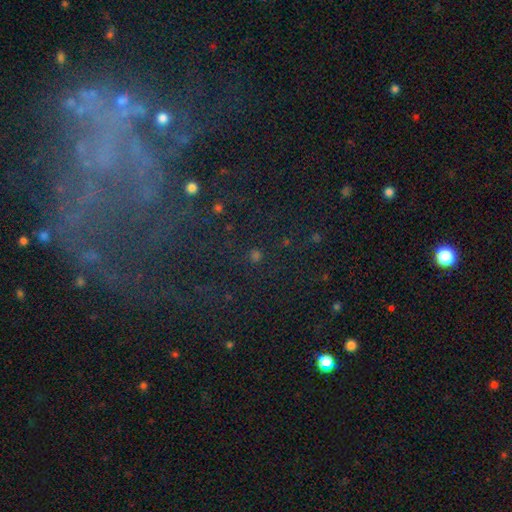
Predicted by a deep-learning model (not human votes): smooth-or-featured: star or artifact: 55% | smooth: 37% | featured or disk: 9%